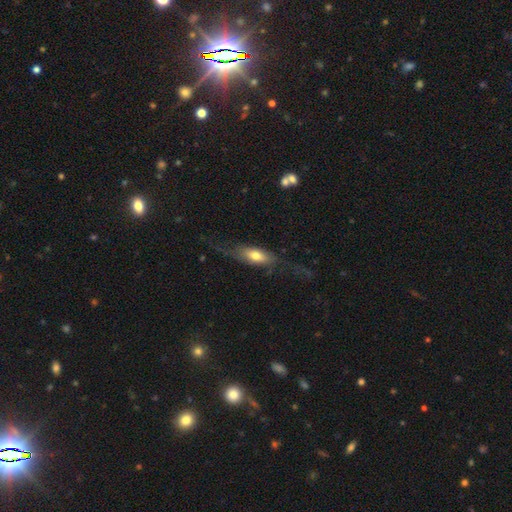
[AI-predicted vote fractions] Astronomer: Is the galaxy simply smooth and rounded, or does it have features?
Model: smooth — 56% (runner-up: featured or disk, 37%).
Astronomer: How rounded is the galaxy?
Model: in between — 70%.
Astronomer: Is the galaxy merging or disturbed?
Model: none — 47% (runner-up: major disturbance, 29%).